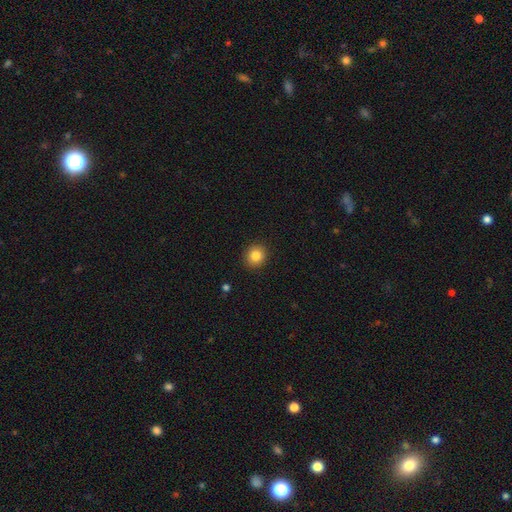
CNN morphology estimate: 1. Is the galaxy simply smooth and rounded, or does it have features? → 84% smooth, 10% star or artifact, 6% featured or disk.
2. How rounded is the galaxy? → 88% round, 11% in between, 1% cigar-shaped.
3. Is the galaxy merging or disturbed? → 91% none, 6% minor disturbance, 2% major disturbance, 1% merger.